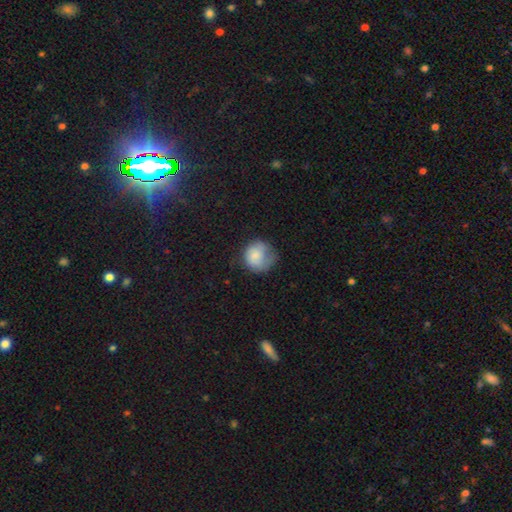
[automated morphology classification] smooth-or-featured: smooth: 78% | featured or disk: 15% | star or artifact: 7%
  how-rounded: round: 82% | in between: 17% | cigar-shaped: 1%
  merging: none: 41% | minor disturbance: 33% | major disturbance: 23% | merger: 2%